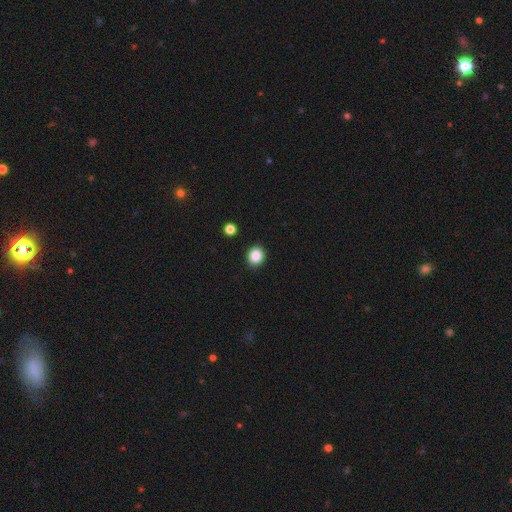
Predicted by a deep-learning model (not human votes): Smooth or featured? Predicted: smooth (p=0.87). How rounded? Predicted: round (p=0.68). Merging? Predicted: none (p=0.90).